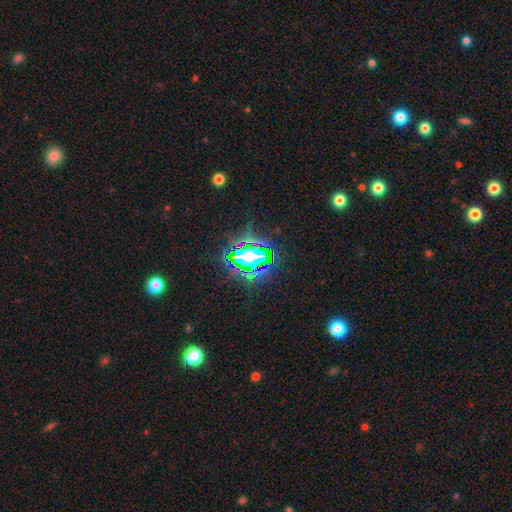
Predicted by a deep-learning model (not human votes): Smooth or featured?
  - star or artifact: 74% *
  - smooth: 15%
  - featured or disk: 11%